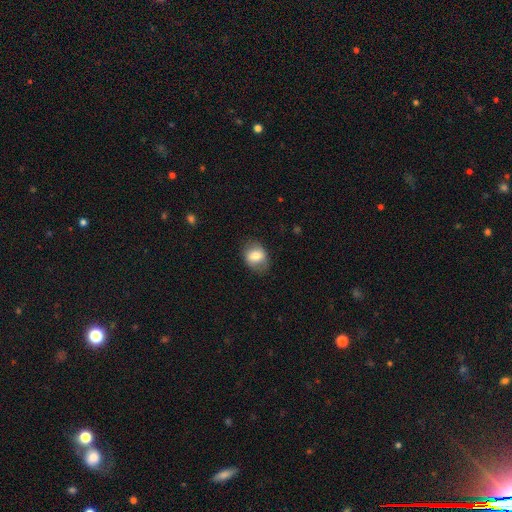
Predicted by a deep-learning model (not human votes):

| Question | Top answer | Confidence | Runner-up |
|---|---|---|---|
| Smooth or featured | smooth | 73% | featured or disk (20%) |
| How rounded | in between | 58% | round (41%) |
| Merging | none | 78% | minor disturbance (16%) |